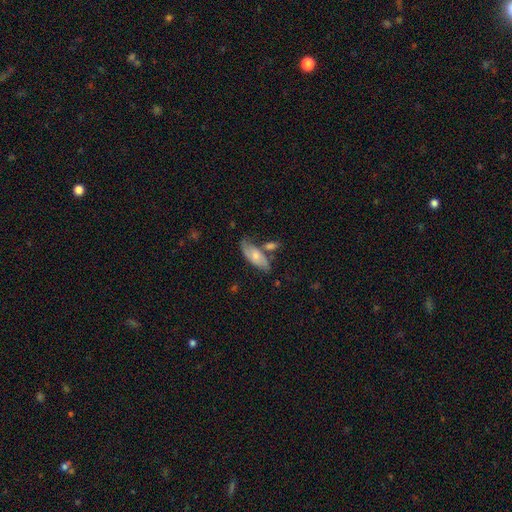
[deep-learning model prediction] smooth 56%, featured or disk 37%, star or artifact 6%. Down the decision tree: how rounded — in between (80%); merging — none (51%).